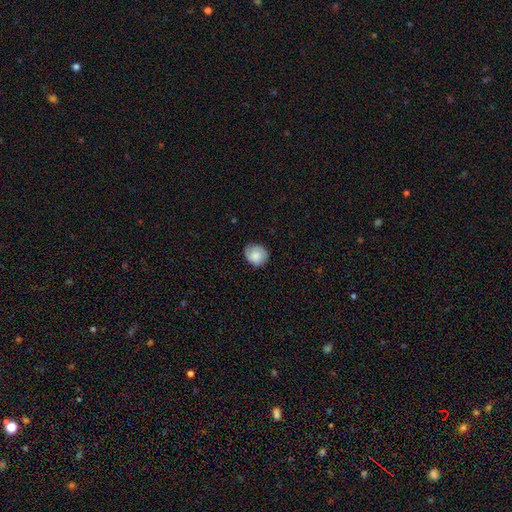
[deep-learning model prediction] A smooth galaxy with no disk features (73%) that is round (80%).

Vote fractions:
- Smooth or featured? smooth: 73% / featured or disk: 19% / star or artifact: 8%
- How rounded? round: 80% / in between: 19% / cigar-shaped: 1%
- Merging? none: 73% / minor disturbance: 21% / major disturbance: 5% / merger: 1%